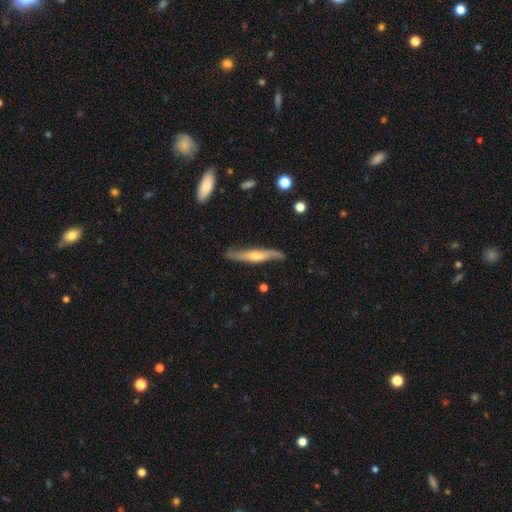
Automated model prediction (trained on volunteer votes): smooth-or-featured: featured or disk: 66% | smooth: 28% | star or artifact: 6%
  disk-edge-on: yes: 74% | no: 26%
  merging: none: 76% | minor disturbance: 18% | major disturbance: 4% | merger: 2%